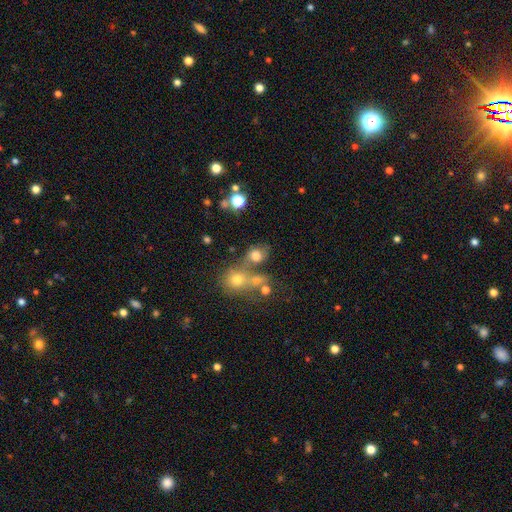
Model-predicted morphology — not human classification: smooth-or-featured: smooth: 69% | star or artifact: 16% | featured or disk: 15%
  how-rounded: round: 58% | in between: 40% | cigar-shaped: 2%
  merging: merger: 39% (tied) | none: 39% (tied) | minor disturbance: 13% | major disturbance: 9%